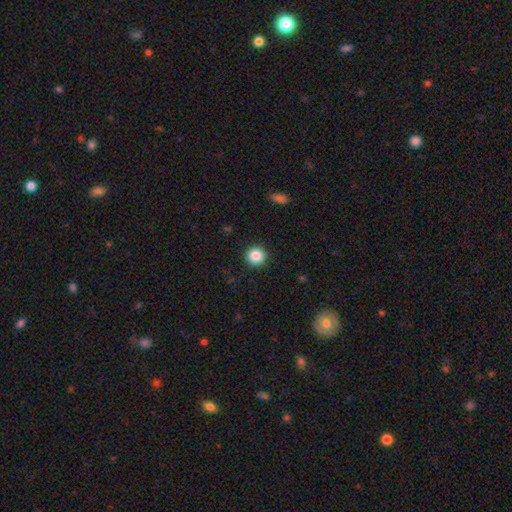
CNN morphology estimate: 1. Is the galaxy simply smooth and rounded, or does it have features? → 86% smooth, 10% star or artifact, 4% featured or disk.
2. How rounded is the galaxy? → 94% round, 5% in between, 1% cigar-shaped.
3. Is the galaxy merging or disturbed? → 92% none, 5% minor disturbance, 2% major disturbance, 1% merger.